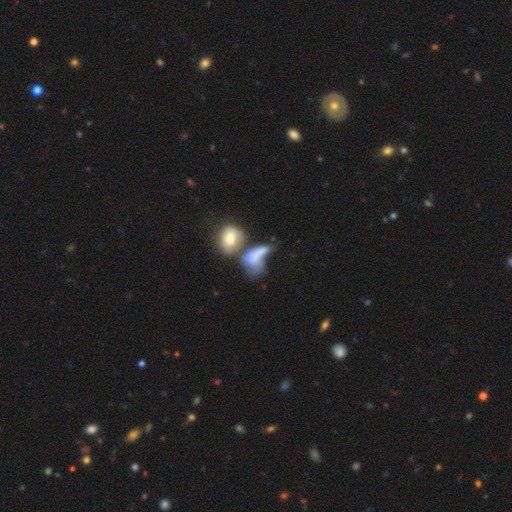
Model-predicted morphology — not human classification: Smooth or featured: smooth — 59% (featured or disk — 30%)
How rounded: in between — 72% (round — 20%)
Merging: merger — 49% (major disturbance — 22%)